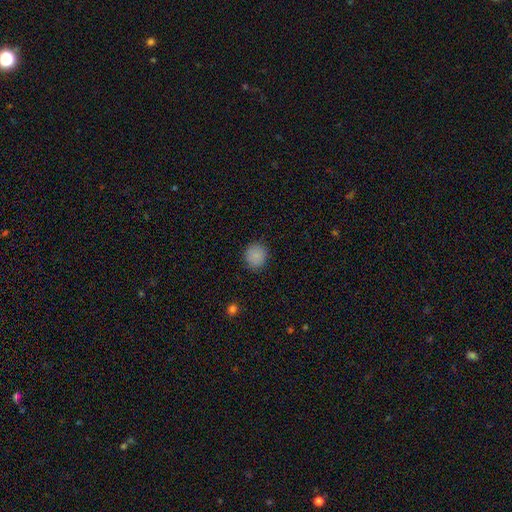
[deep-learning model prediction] Smooth or featured? smooth (87%)
How rounded? round (89%)
Merging? none (89%)